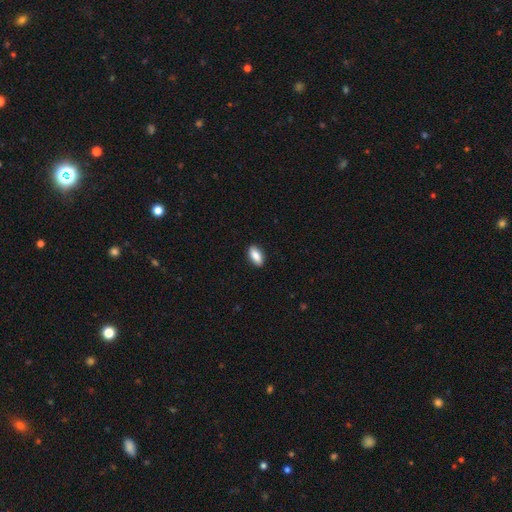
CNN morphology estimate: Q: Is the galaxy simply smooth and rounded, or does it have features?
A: smooth — 86%.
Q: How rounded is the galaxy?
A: in between — 86%.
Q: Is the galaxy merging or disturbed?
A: none — 89%.